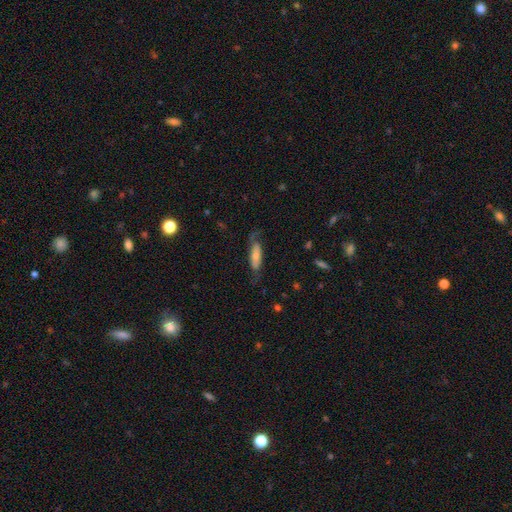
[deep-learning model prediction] A smooth galaxy with no disk features (49%). Merging: none (58%).